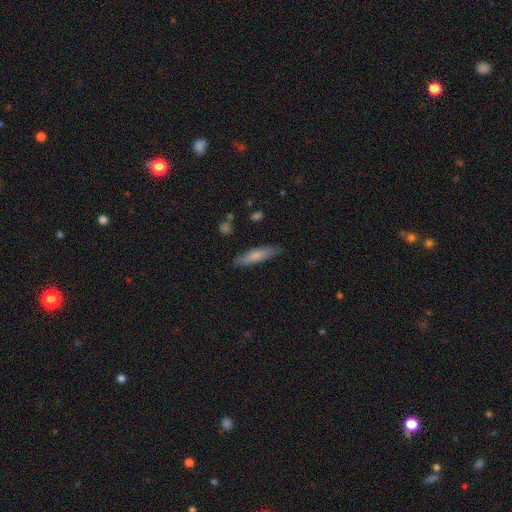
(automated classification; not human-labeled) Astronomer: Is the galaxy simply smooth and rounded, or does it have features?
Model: smooth — 73%.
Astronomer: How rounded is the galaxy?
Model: cigar-shaped — 75%.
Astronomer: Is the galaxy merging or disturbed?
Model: none — 82%.